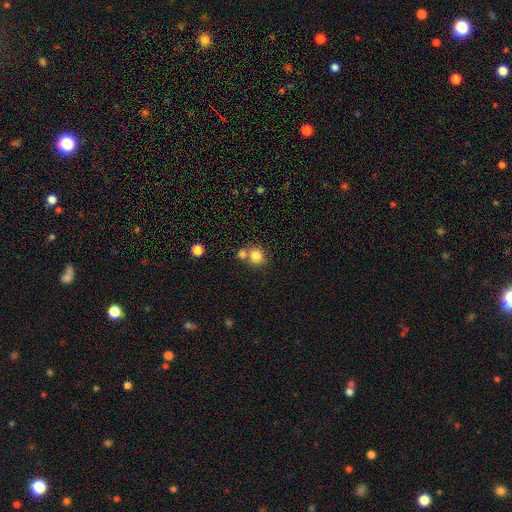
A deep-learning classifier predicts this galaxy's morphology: Smooth or featured?
  - smooth: 82% *
  - star or artifact: 11%
  - featured or disk: 7%
How rounded?
  - round: 85% *
  - in between: 14%
  - cigar-shaped: 1%
Merging?
  - none: 57% *
  - merger: 33%
  - minor disturbance: 8%
  - major disturbance: 3%